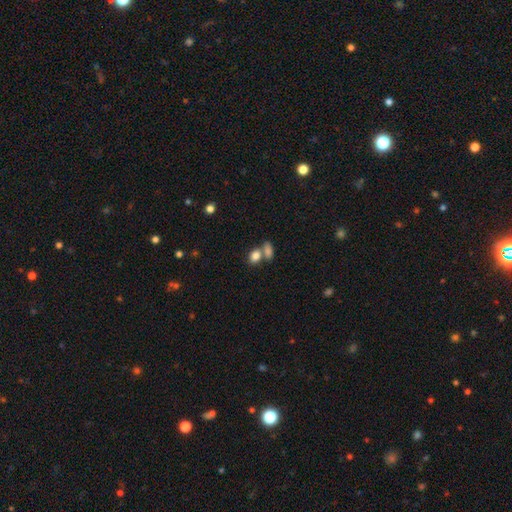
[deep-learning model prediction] Morphology: type=smooth (83%); roundness=in between (75%); merging=merger (45%).